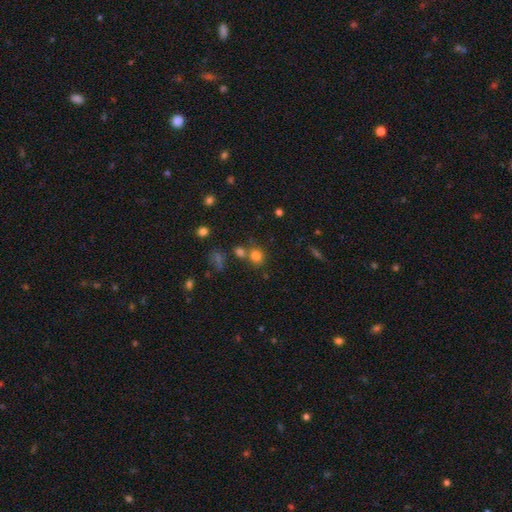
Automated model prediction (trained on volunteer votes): Smooth or featured?
  - smooth: 78% *
  - star or artifact: 15%
  - featured or disk: 7%
How rounded?
  - round: 79% *
  - in between: 20%
  - cigar-shaped: 1%
Merging?
  - none: 64% *
  - merger: 22%
  - minor disturbance: 10%
  - major disturbance: 4%